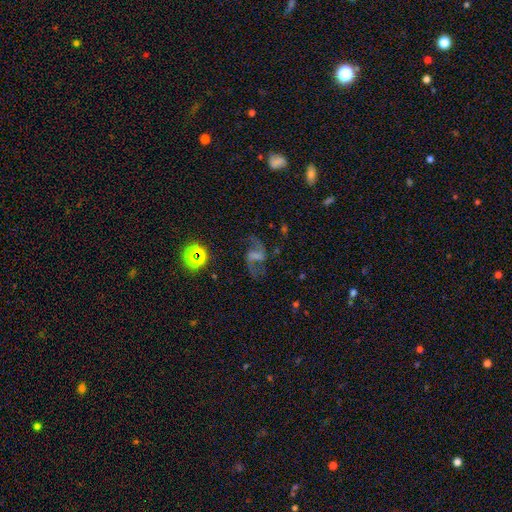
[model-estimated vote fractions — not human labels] Smooth or featured: featured or disk — 75% (star or artifact — 15%)
Edge-on disk: no — 97% (yes — 3%)
Bar: weak — 44% (strong — 40%)
Spiral arms: yes — 93% (no — 7%)
Spiral winding: loose — 65% (medium — 30%)
Spiral arm count: 2 — 92% (can't tell — 3%)
Bulge size: none — 55% (small — 21%)
Merging: none — 74% (minor disturbance — 13%)